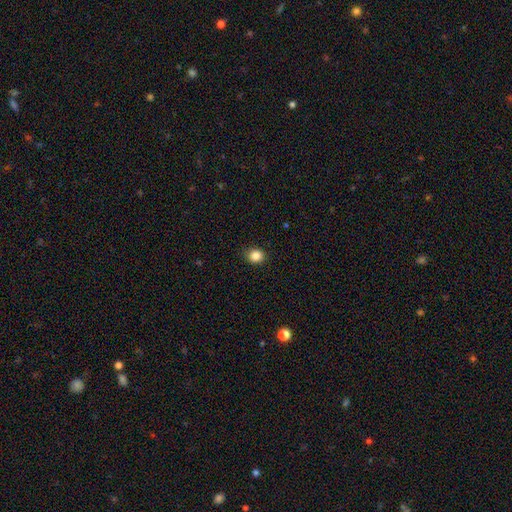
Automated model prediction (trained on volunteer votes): Q: Smooth or featured?
A: smooth (85%); runner-up: star or artifact (11%)
Q: How rounded?
A: round (80%); runner-up: in between (19%)
Q: Merging?
A: none (87%); runner-up: minor disturbance (9%)